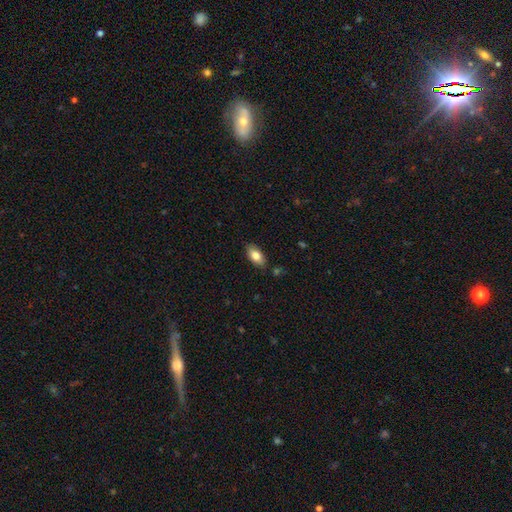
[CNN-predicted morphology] smooth 79%, featured or disk 14%, star or artifact 7%. Down the decision tree: how rounded — in between (91%); merging — none (85%).